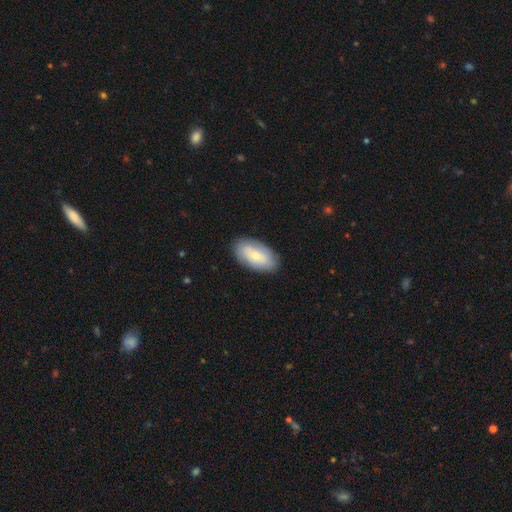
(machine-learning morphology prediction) Smooth or featured?
  - smooth: 61% *
  - featured or disk: 33%
  - star or artifact: 6%
How rounded?
  - in between: 93% *
  - cigar-shaped: 3%
  - round: 3%
Merging?
  - none: 86% *
  - minor disturbance: 11%
  - major disturbance: 3%
  - merger: 1%